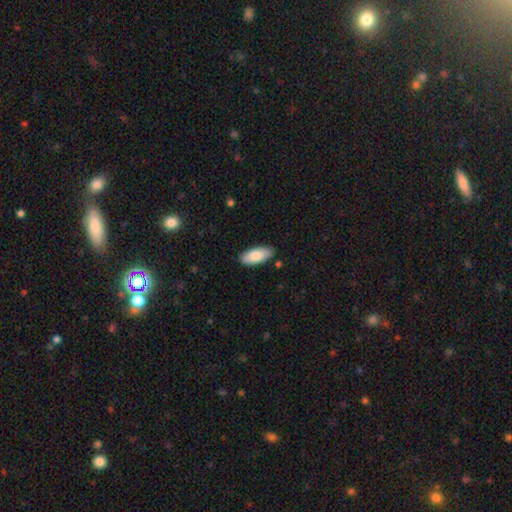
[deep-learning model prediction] The model was most divided on "smooth or featured": smooth: 82%, featured or disk: 12%, star or artifact: 6%. More confident: how rounded — in between (88%); merging — none (86%).